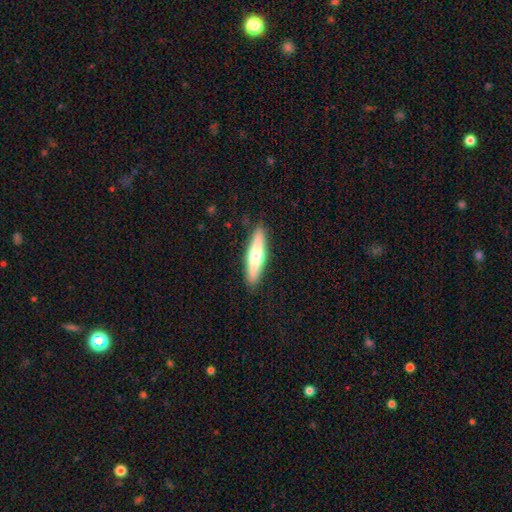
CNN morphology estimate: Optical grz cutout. It shows a featured or disk galaxy (50%). Merging: none (89%).